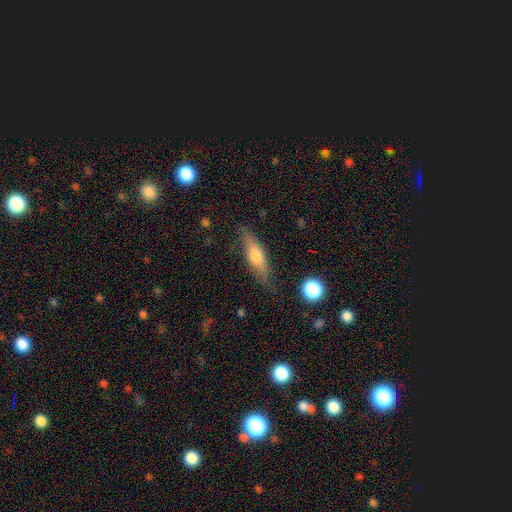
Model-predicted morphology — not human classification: Overall: smooth (50%; featured or disk 43%). How rounded: cigar-shaped (68%; in between 29%). Merging: none (80%).